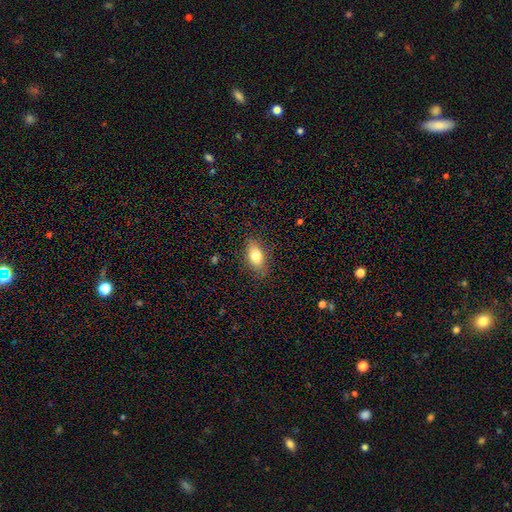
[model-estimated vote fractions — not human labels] A smooth galaxy with no disk features (77%) that is in between round and cigar-shaped (85%).

Vote fractions:
- Smooth or featured? smooth: 77% / featured or disk: 15% / star or artifact: 8%
- How rounded? in between: 85% / cigar-shaped: 8% / round: 7%
- Merging? none: 84% / minor disturbance: 12% / major disturbance: 3% / merger: 1%